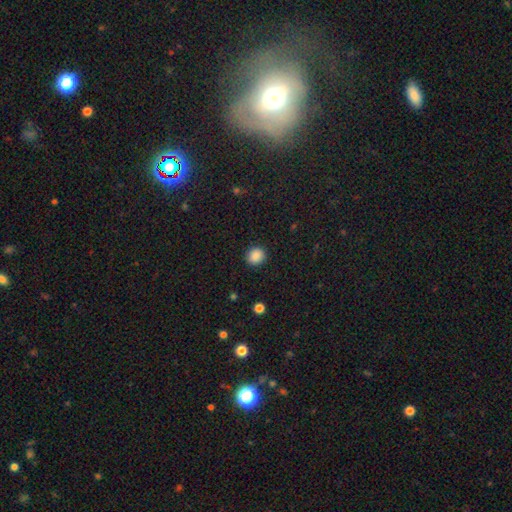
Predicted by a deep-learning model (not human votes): smooth 88%, star or artifact 9%, featured or disk 3%. Down the decision tree: how rounded — round (84%); merging — none (91%).